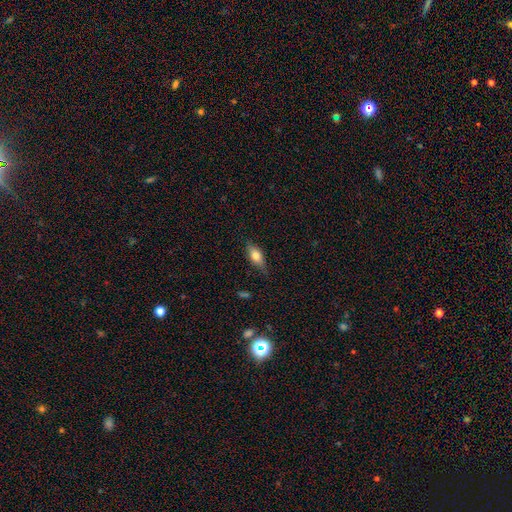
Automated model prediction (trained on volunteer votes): smooth-or-featured: smooth: 69% | featured or disk: 24% | star or artifact: 7%
  how-rounded: in between: 76% | cigar-shaped: 20% | round: 4%
  merging: none: 77% | minor disturbance: 18% | major disturbance: 3% | merger: 1%